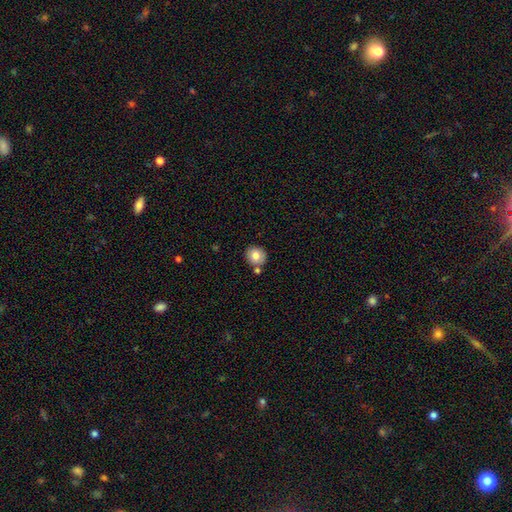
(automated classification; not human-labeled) smooth-or-featured: smooth: 80% | featured or disk: 11% | star or artifact: 9%
  how-rounded: round: 86% | in between: 13% | cigar-shaped: 1%
  merging: none: 76% | merger: 12% | minor disturbance: 10% | major disturbance: 2%